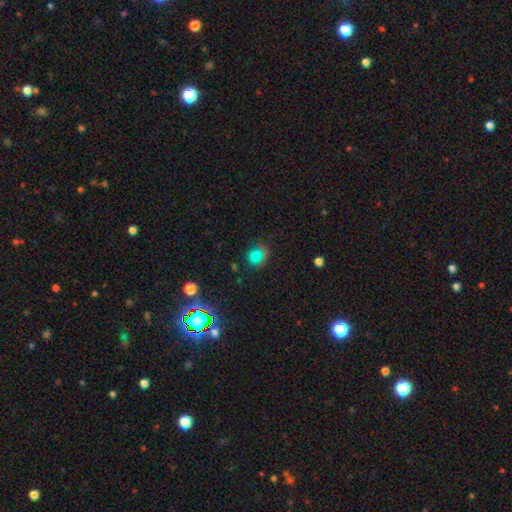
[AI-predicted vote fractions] Morphology: type=smooth (57%); roundness=round (82%); merging=none (67%).